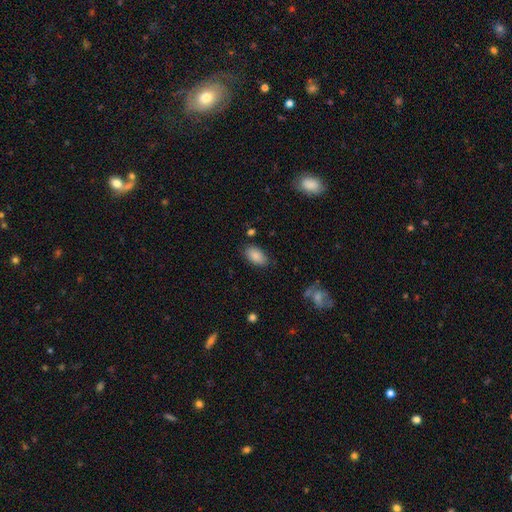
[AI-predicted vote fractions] smooth 87%, star or artifact 7%, featured or disk 6%. Down the decision tree: how rounded — in between (93%); merging — none (81%).